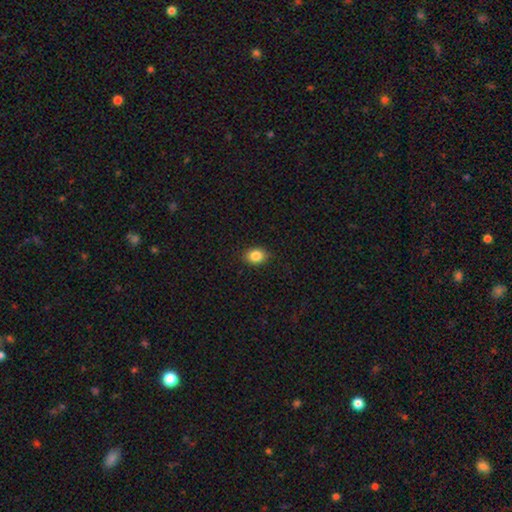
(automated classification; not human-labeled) Overall: smooth (85%). How rounded: in between (54%; round 45%). Merging: none (88%).